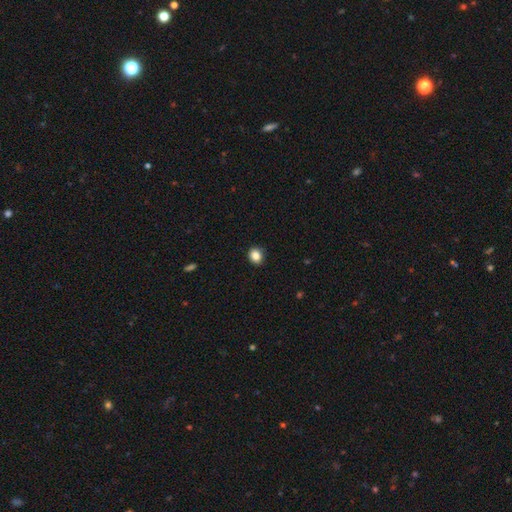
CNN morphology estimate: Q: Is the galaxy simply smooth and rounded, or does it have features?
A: smooth — 85%.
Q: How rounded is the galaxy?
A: round — 68%.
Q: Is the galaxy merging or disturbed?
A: none — 89%.